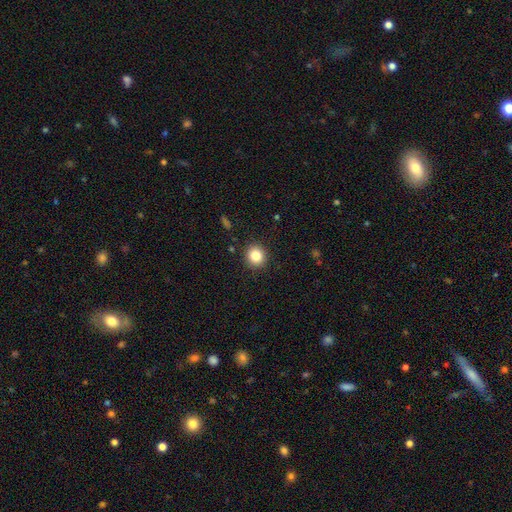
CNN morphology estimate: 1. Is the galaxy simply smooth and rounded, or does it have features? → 83% smooth, 11% star or artifact, 6% featured or disk.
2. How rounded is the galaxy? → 88% round, 11% in between, 1% cigar-shaped.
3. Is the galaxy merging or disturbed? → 90% none, 6% minor disturbance, 2% major disturbance, 1% merger.